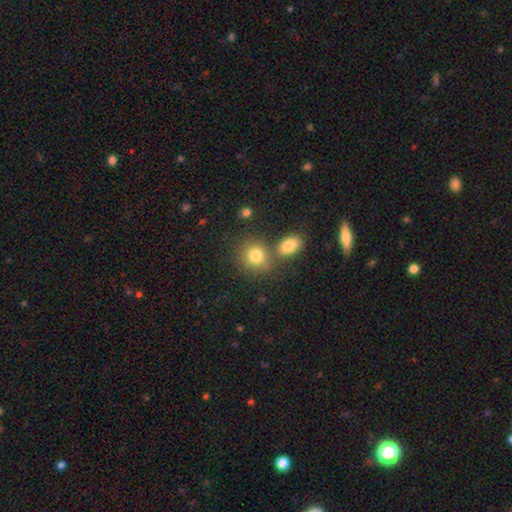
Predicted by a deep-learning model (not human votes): smooth-or-featured: smooth: 80% | star or artifact: 11% | featured or disk: 8%
  how-rounded: round: 78% | in between: 21% | cigar-shaped: 1%
  merging: none: 63% | merger: 23% | minor disturbance: 10% | major disturbance: 4%